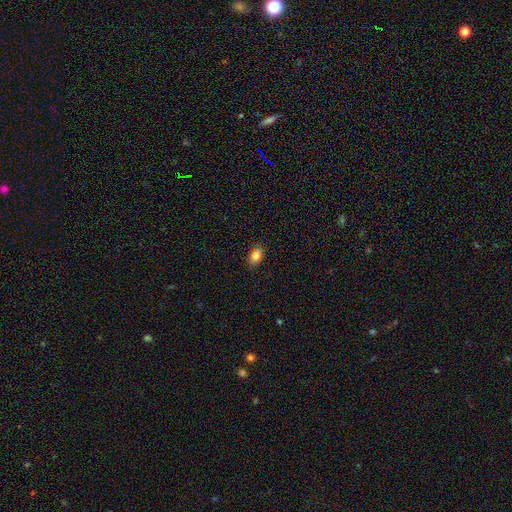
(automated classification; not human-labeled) Morphology: type=smooth (85%); roundness=in between (88%); merging=none (87%).